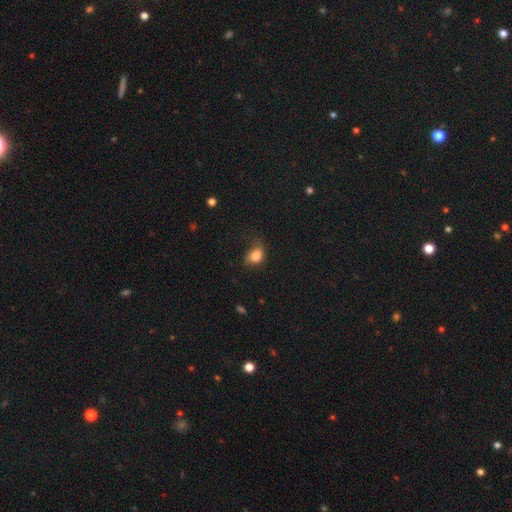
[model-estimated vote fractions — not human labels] This is clearly a smooth galaxy (82%). How rounded: possibly in between (58%). Merging: marginally none (44%).